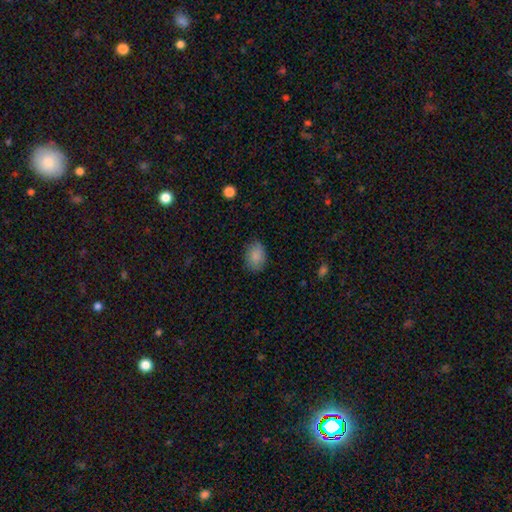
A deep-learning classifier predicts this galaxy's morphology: smooth 87%, star or artifact 7%, featured or disk 6%. Down the decision tree: how rounded — in between (71%); merging — none (81%).